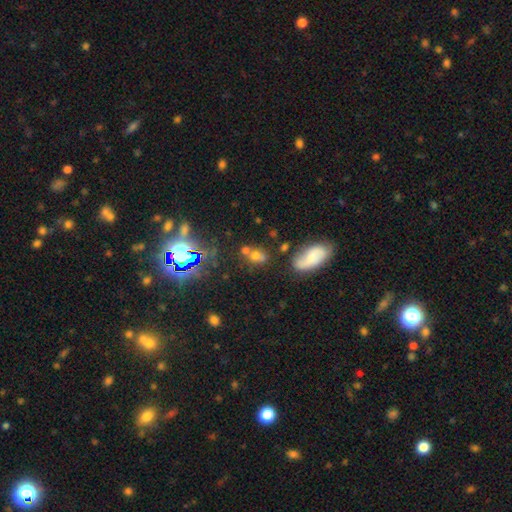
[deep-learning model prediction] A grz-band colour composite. It shows a smooth galaxy with no disk features (60%) that is in between round and cigar-shaped (65%). Merging: none (49%).